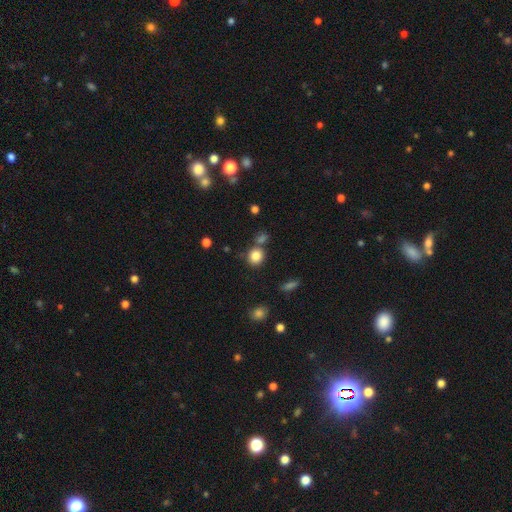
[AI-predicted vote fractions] Morphology: type=smooth (84%); roundness=round (83%); merging=none (70%).